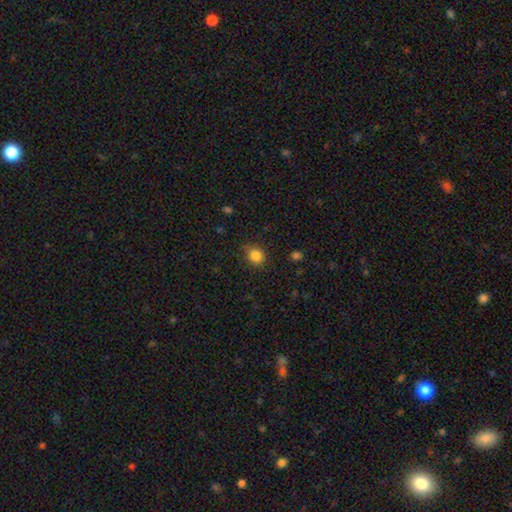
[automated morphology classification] Smooth or featured: smooth — 85% (star or artifact — 11%)
How rounded: round — 75% (in between — 24%)
Merging: none — 83% (minor disturbance — 13%)